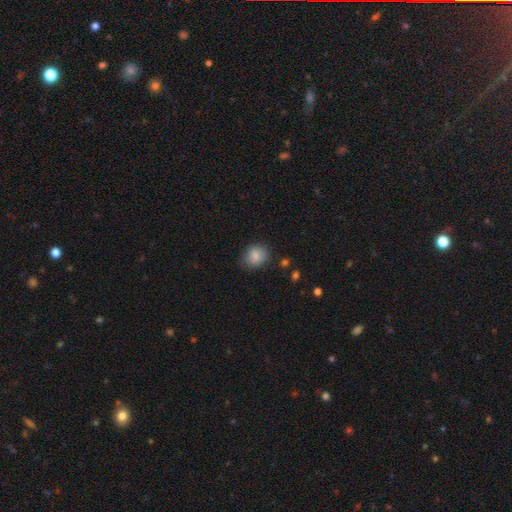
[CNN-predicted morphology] This appears to be a smooth galaxy with no disk features (85%) that is round (56%). Merging: none (77%).